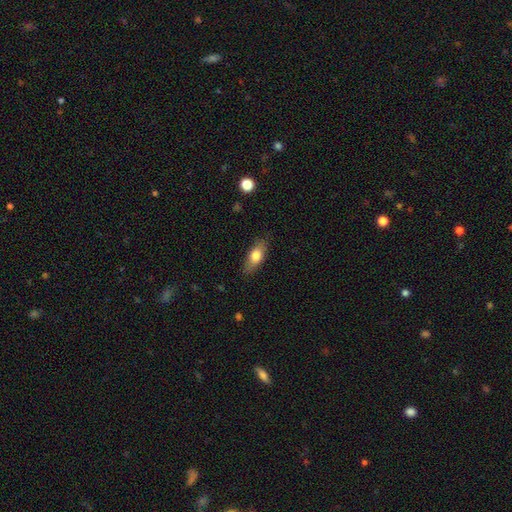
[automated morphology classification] type=smooth (72%); roundness=in between (75%); merging=none (83%).